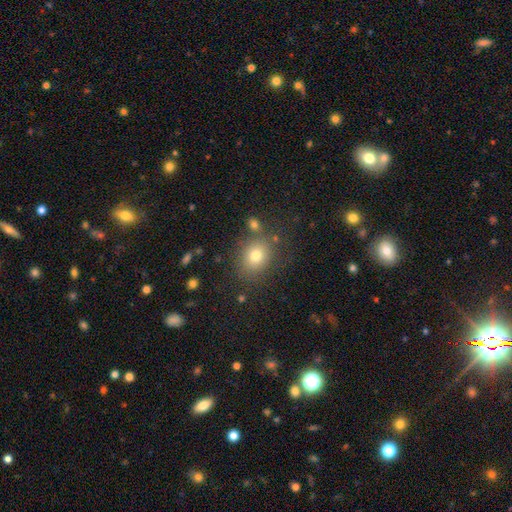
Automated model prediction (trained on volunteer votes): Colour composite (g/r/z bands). It shows a smooth galaxy with no disk features (76%) that is round (60%). Merging: none (77%).